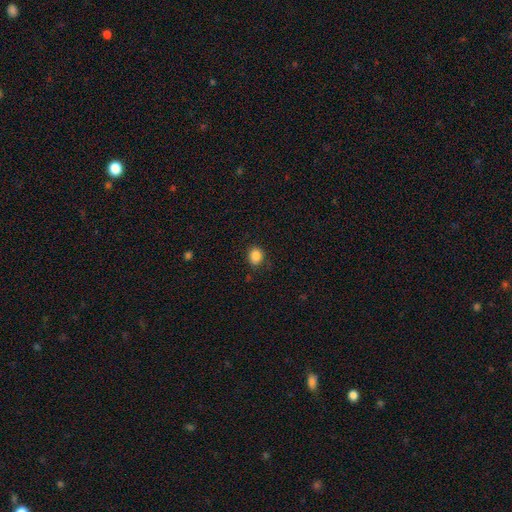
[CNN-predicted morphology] smooth_or_featured: smooth (p=0.86) [alt: star or artifact p=0.10]
how_rounded: round (p=0.62) [alt: in between p=0.37]
merging: none (p=0.84) [alt: minor disturbance p=0.12]